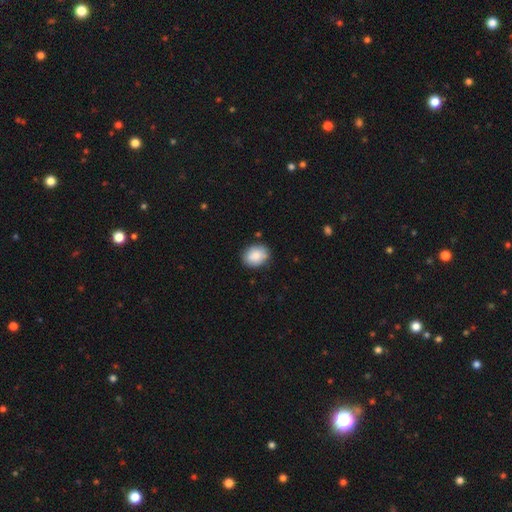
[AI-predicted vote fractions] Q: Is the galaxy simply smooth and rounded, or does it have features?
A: smooth — 86%.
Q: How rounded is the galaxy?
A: in between — 53%.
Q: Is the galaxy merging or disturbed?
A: none — 81%.